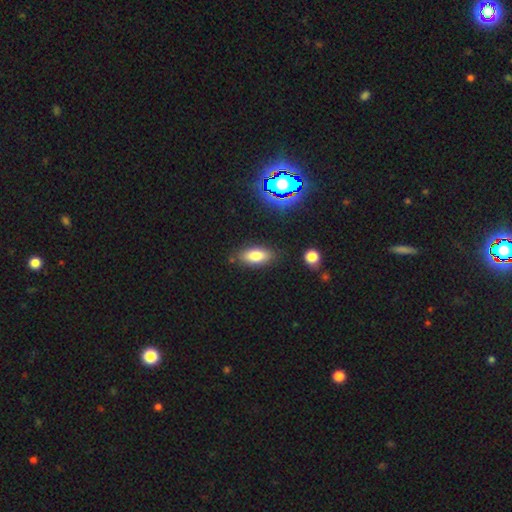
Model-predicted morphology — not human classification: smooth_or_featured: smooth (p=0.80) [alt: featured or disk p=0.10]
how_rounded: in between (p=0.88) [alt: cigar-shaped p=0.09]
merging: none (p=0.83) [alt: minor disturbance p=0.12]